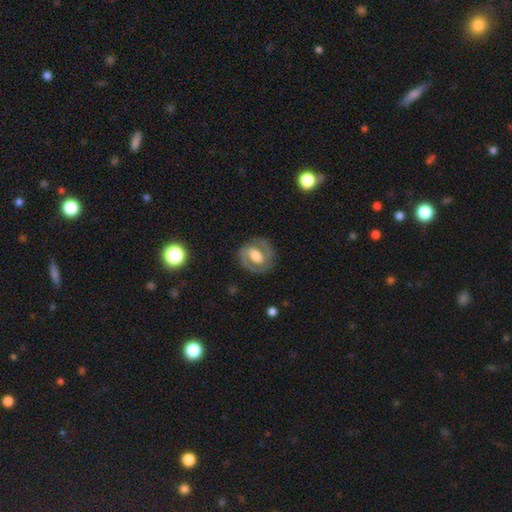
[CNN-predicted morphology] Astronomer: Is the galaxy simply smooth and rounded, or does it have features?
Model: featured or disk — 79%.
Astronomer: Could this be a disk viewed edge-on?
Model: no — 97%.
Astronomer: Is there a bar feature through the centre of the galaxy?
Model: weak — 43% (runner-up: strong, 33%).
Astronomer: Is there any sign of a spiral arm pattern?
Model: yes — 87%.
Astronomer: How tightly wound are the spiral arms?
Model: medium — 46% (runner-up: tight, 44%).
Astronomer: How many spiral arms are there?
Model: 2 — 88%.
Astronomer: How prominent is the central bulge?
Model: moderate — 55%.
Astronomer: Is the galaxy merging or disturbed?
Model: none — 82%.